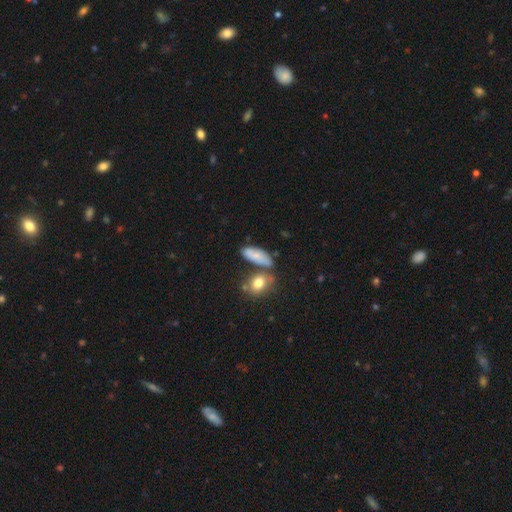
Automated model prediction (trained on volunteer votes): Morphology: type=smooth (71%); roundness=in between (75%); merging=none (55%).